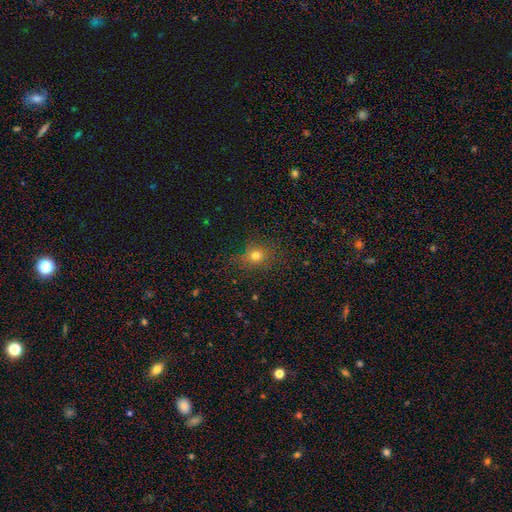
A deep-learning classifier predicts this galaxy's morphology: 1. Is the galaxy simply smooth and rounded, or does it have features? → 74% smooth, 19% star or artifact, 8% featured or disk.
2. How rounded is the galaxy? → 79% round, 19% in between, 1% cigar-shaped.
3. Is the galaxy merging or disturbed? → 82% none, 12% minor disturbance, 5% major disturbance, 1% merger.